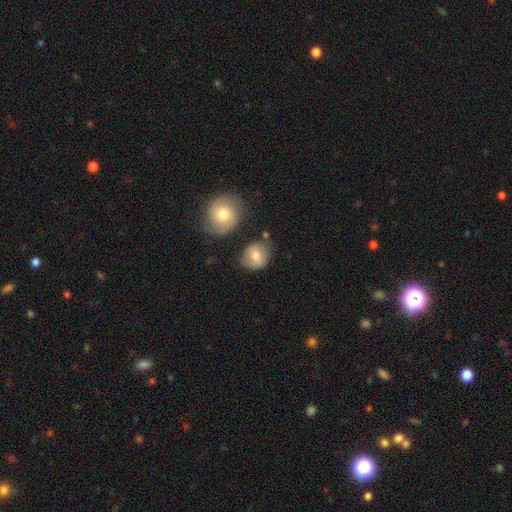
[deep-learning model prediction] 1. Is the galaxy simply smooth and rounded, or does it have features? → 74% smooth, 19% featured or disk, 8% star or artifact.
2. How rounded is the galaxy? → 68% round, 31% in between, 1% cigar-shaped.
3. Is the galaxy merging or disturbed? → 65% none, 21% minor disturbance, 8% merger, 6% major disturbance.